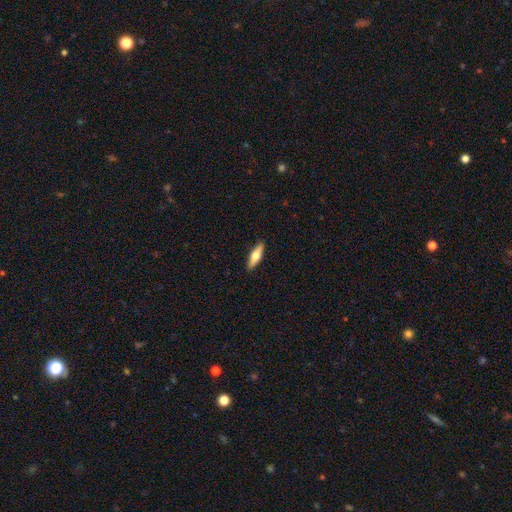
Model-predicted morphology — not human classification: The model was most divided on "smooth or featured": smooth: 55%, featured or disk: 40%, star or artifact: 6%. More confident: merging — none (90%); how rounded — cigar-shaped (58%).